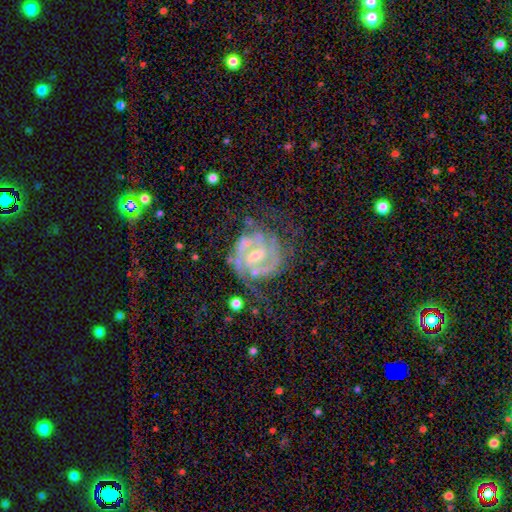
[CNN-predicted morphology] smooth_or_featured: featured or disk (p=0.89) [alt: smooth p=0.06]
disk_edge_on: no (p=0.98) [alt: yes p=0.02]
bar: weak (p=0.53) [alt: strong p=0.27]
has_spiral_arms: yes (p=0.95) [alt: no p=0.05]
spiral_winding: tight (p=0.52) [alt: medium p=0.39]
spiral_arm_count: 2 (p=0.63) [alt: can't tell p=0.14]
bulge_size: small (p=0.50) [alt: moderate p=0.44]
merging: none (p=0.58) [alt: minor disturbance p=0.21]